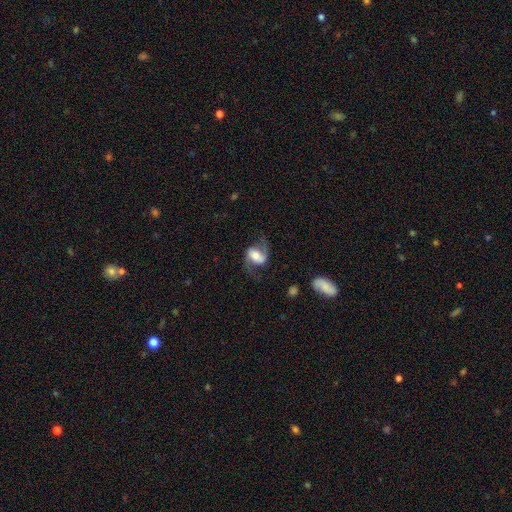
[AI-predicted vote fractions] This appears to be a featured or disk galaxy (75%) with a weak bar (39%), 2 (90%) loose (51%) spiral arms (93%) and a moderate central bulge (55%). Merging: none (65%).